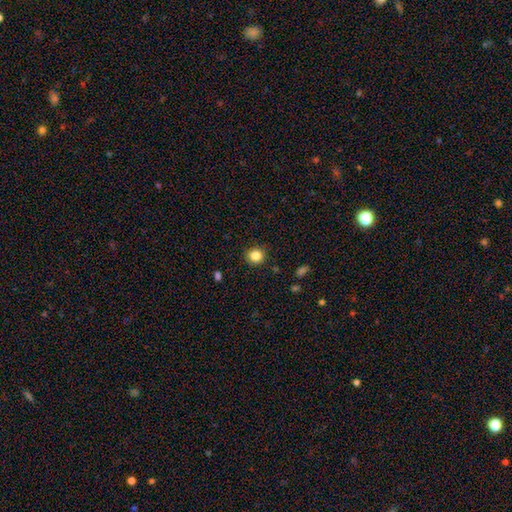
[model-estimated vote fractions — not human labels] Smooth or featured?
  - smooth: 84% *
  - star or artifact: 11%
  - featured or disk: 5%
How rounded?
  - round: 90% *
  - in between: 10%
  - cigar-shaped: 1%
Merging?
  - none: 90% *
  - minor disturbance: 7%
  - major disturbance: 2%
  - merger: 1%